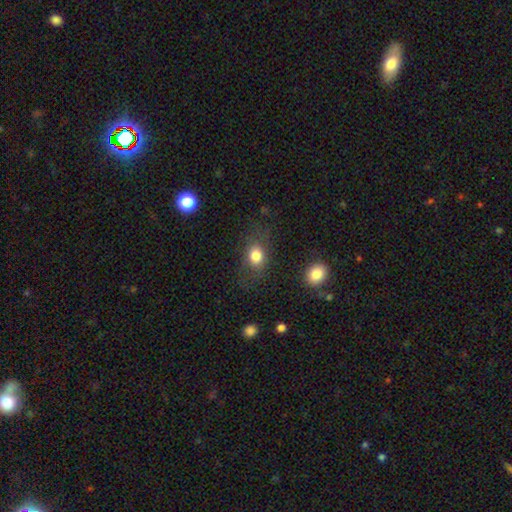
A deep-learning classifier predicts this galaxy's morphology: A smooth galaxy with no disk features (82%) that is in between round and cigar-shaped (60%). Merging: none (71%).